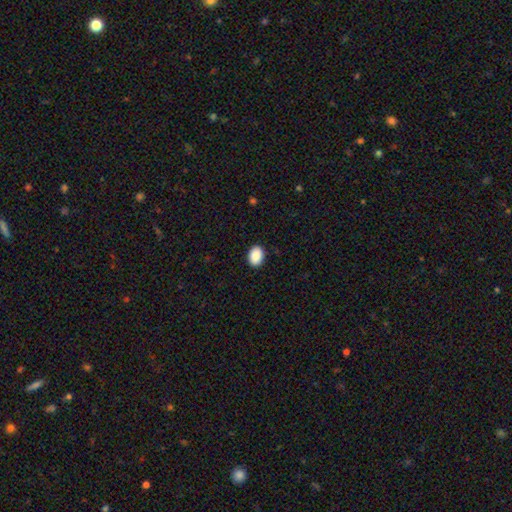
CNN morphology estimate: Q: Smooth or featured?
A: smooth (90%); runner-up: star or artifact (7%)
Q: How rounded?
A: in between (77%); runner-up: round (22%)
Q: Merging?
A: none (90%); runner-up: minor disturbance (7%)